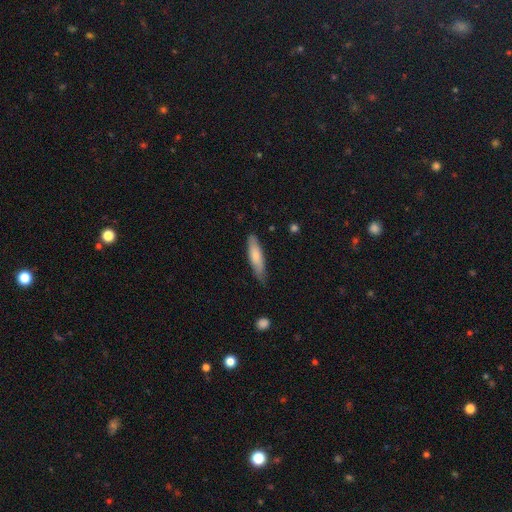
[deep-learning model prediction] This appears to be a smooth galaxy with no disk features (75%) that is cigar-shaped (71%). Merging: none (73%).